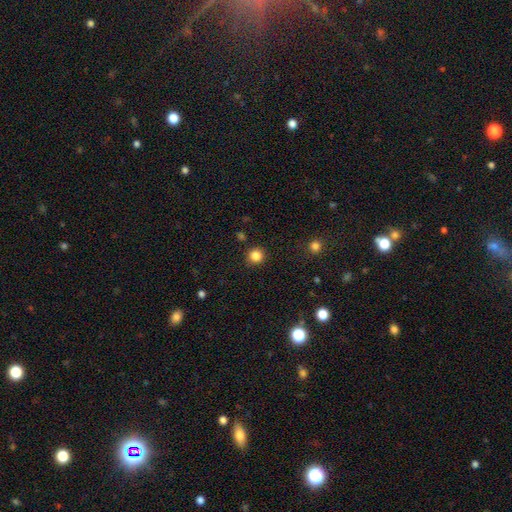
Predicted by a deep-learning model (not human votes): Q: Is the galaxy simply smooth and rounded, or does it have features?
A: smooth — 84%.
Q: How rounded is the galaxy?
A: round — 94%.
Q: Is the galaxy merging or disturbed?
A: none — 90%.